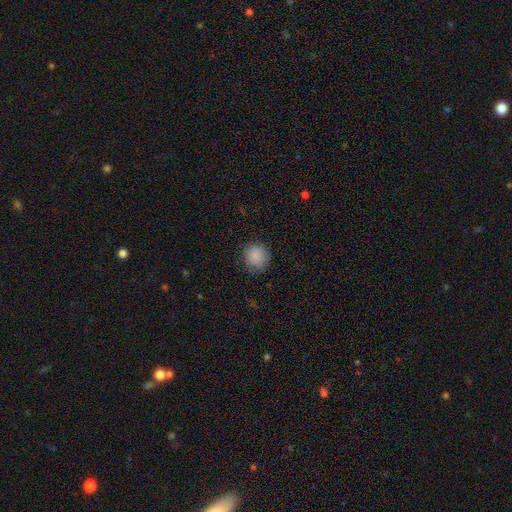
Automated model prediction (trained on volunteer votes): This appears to be a smooth galaxy with no disk features (87%) that is round (92%). Merging: none (84%).